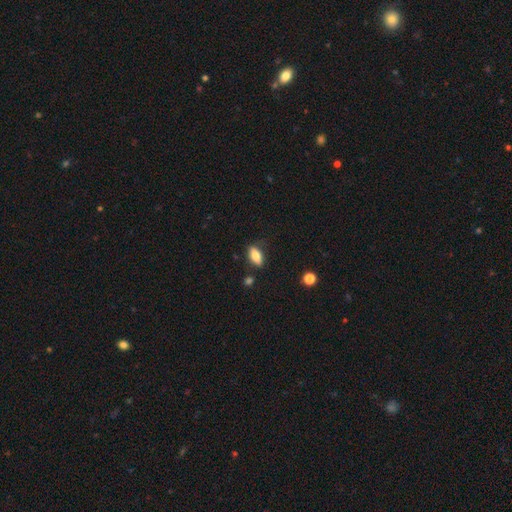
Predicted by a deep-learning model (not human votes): A smooth galaxy with no disk features (76%) that is in between round and cigar-shaped (82%). Merging: none (74%).